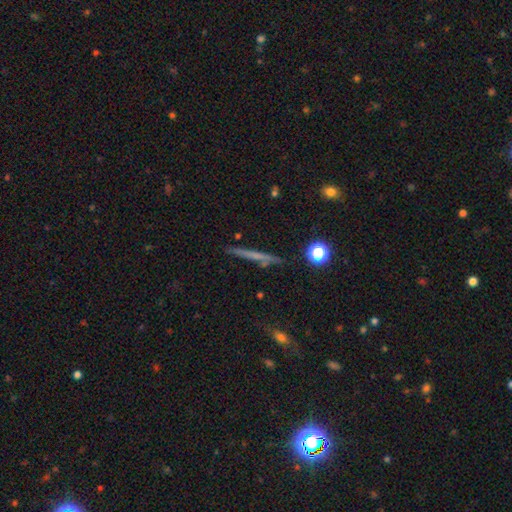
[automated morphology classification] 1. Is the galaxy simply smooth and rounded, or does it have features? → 45% smooth, 43% featured or disk, 11% star or artifact.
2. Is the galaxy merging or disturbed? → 85% none, 9% minor disturbance, 3% merger, 2% major disturbance.